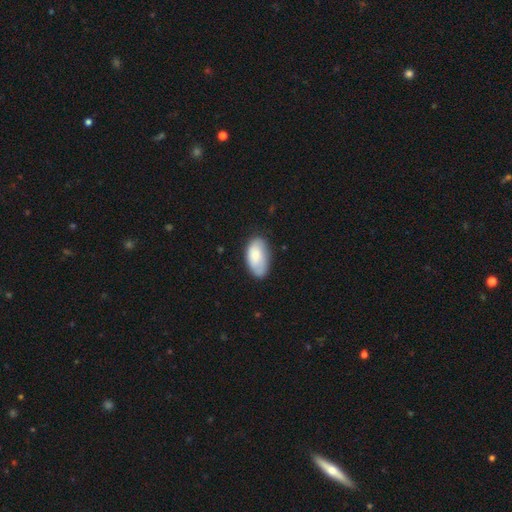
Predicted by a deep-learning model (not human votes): Smooth or featured? Predicted: smooth (p=0.79). How rounded? Predicted: in between (p=0.95). Merging? Predicted: none (p=0.69).